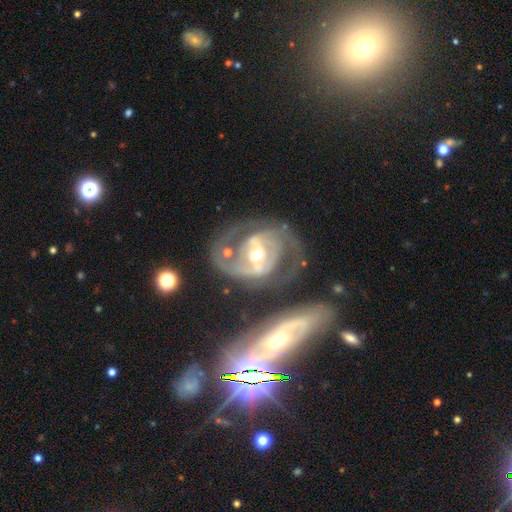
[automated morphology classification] A featured or disk galaxy (87%) with a strong bar (52%), 2 (75%) medium (47%) spiral arms (89%) and a moderate central bulge (66%).

Vote fractions:
- Smooth or featured? featured or disk: 87% / smooth: 8% / star or artifact: 5%
- Edge-on disk? no: 96% / yes: 4%
- Bar? strong: 52% / weak: 32% / no: 16%
- Spiral arms? yes: 89% / no: 11%
- Spiral winding? medium: 47% / tight: 37% / loose: 16%
- Spiral arm count? 2: 75% / can't tell: 10% / 3: 7% / 1: 4% / 4: 2% / more than 4: 2%
- Bulge size? moderate: 66% / small: 27% / large: 5% / none: 1% / dominant: 1%
- Merging? none: 47% / merger: 23% / minor disturbance: 16% / major disturbance: 14%